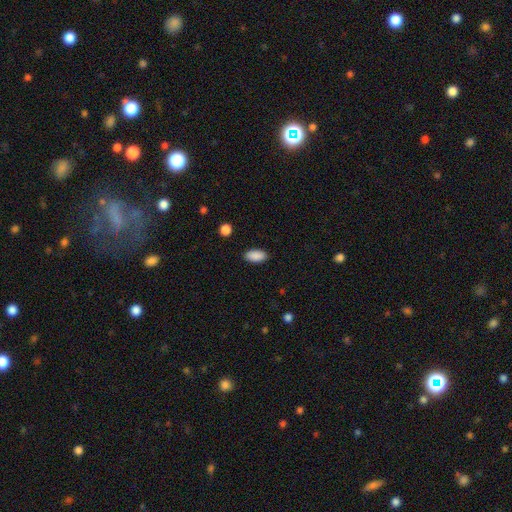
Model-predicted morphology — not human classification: This is clearly a smooth galaxy (90%). How rounded: clearly in between (94%). Merging: clearly none (89%).